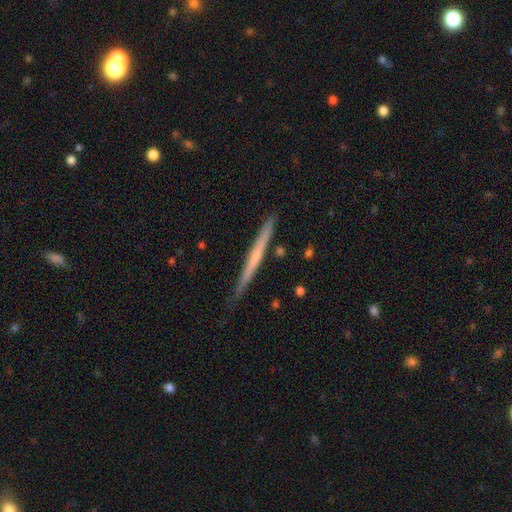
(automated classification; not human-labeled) Morphology: type=featured or disk (56%); edge-on=yes (98%); edge-on bulge=none (78%); merging=none (85%).